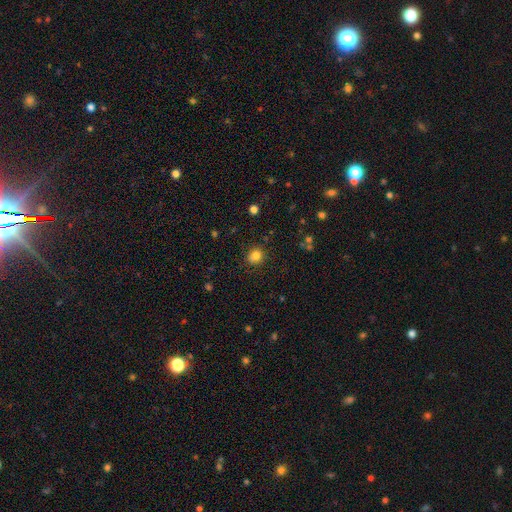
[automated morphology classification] smooth-or-featured: smooth: 82% | star or artifact: 13% | featured or disk: 6%
  how-rounded: round: 75% | in between: 24% | cigar-shaped: 1%
  merging: none: 84% | minor disturbance: 11% | major disturbance: 3% | merger: 2%